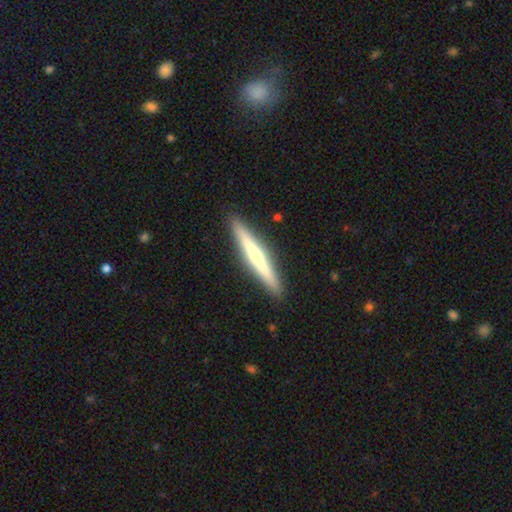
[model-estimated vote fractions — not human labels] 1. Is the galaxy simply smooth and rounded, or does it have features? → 54% featured or disk, 41% smooth, 6% star or artifact.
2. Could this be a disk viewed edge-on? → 96% yes, 4% no.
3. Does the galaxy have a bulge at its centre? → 61% rounded, 31% none, 8% boxy.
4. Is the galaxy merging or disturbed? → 91% none, 6% minor disturbance, 1% major disturbance, 1% merger.